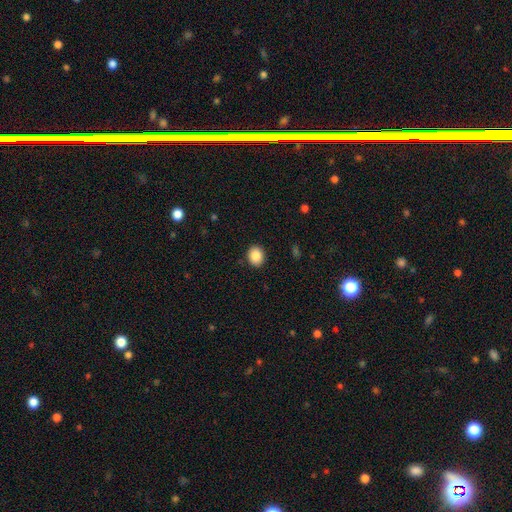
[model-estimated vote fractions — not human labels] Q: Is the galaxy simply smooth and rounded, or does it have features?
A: smooth — 88%.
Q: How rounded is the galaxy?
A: round — 60%.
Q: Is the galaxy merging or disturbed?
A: none — 90%.